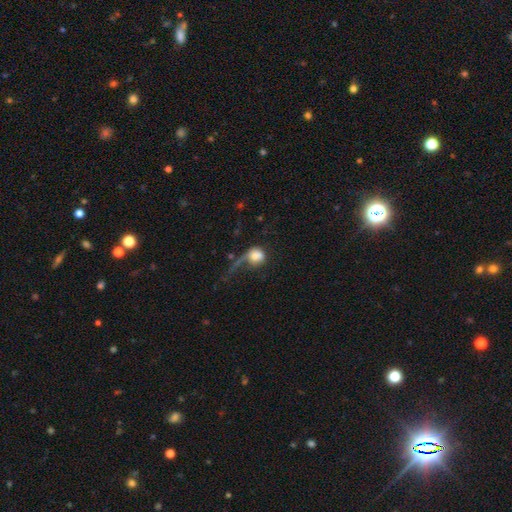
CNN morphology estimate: smooth_or_featured: smooth (p=0.68) [alt: featured or disk p=0.23]
how_rounded: round (p=0.71) [alt: in between p=0.27]
merging: major disturbance (p=0.53) [alt: none p=0.22]